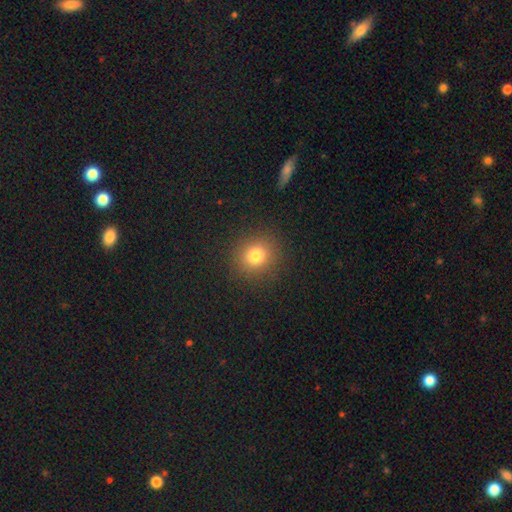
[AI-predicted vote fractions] Smooth or featured: smooth — 77% (star or artifact — 15%)
How rounded: round — 87% (in between — 12%)
Merging: none — 90% (minor disturbance — 6%)